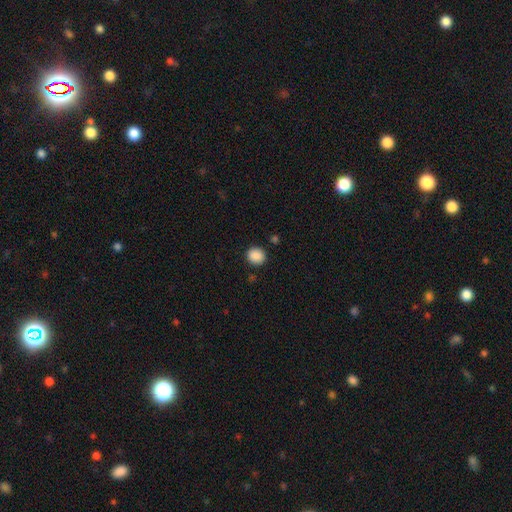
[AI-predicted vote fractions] Smooth or featured?
  - smooth: 89% *
  - star or artifact: 9%
  - featured or disk: 2%
How rounded?
  - round: 86% *
  - in between: 13%
  - cigar-shaped: 1%
Merging?
  - none: 89% *
  - minor disturbance: 7%
  - major disturbance: 2%
  - merger: 2%